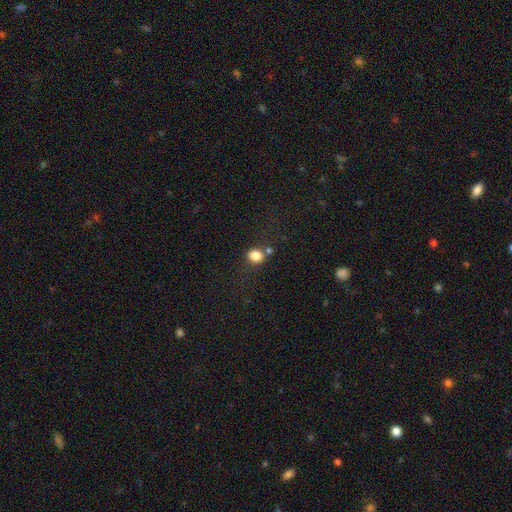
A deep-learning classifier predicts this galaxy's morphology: Smooth or featured: smooth — 83% (star or artifact — 12%)
How rounded: round — 55% (in between — 44%)
Merging: none — 67% (merger — 14%)